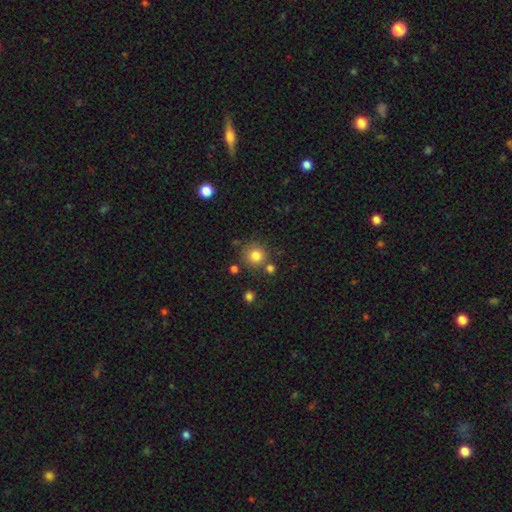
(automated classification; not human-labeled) smooth-or-featured: smooth: 80% | star or artifact: 13% | featured or disk: 7%
  how-rounded: round: 92% | in between: 7% | cigar-shaped: 1%
  merging: none: 77% | merger: 10% | minor disturbance: 10% | major disturbance: 4%